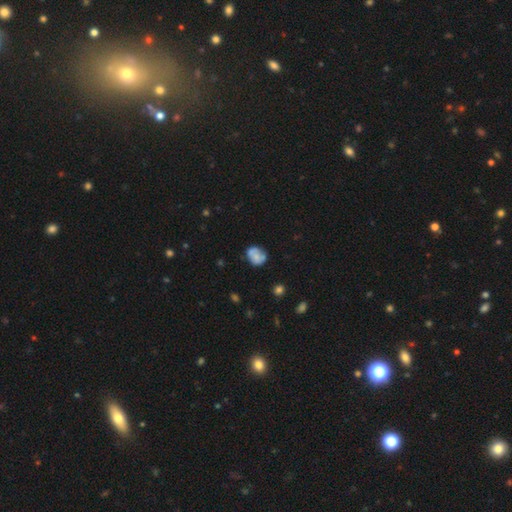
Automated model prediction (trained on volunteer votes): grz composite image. It shows a smooth galaxy with no disk features (58%) that is round (52%). Merging: none (47%).